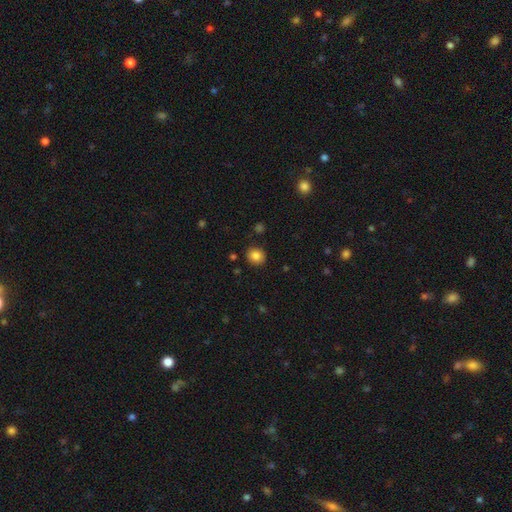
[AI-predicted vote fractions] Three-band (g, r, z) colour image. It shows a smooth galaxy with no disk features (85%) that is round (81%). Merging: none (88%).